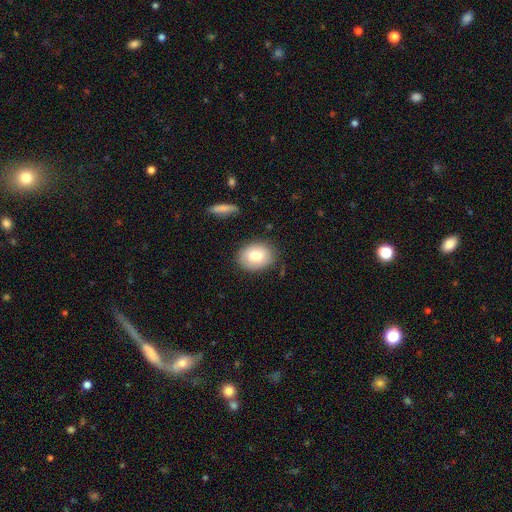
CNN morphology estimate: type=smooth (79%); roundness=in between (62%); merging=none (81%).